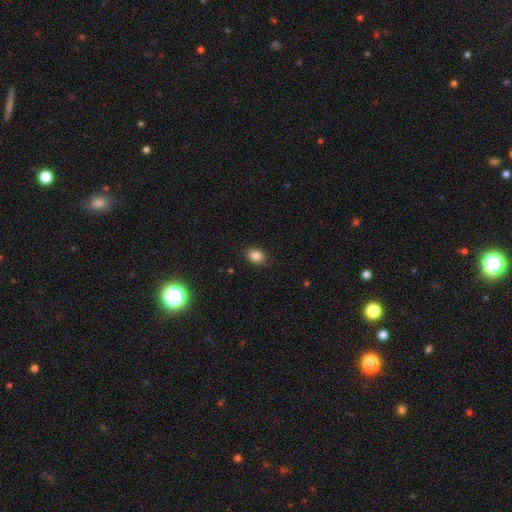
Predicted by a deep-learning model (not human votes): Smooth or featured? smooth (85%)
How rounded? in between (60%)
Merging? none (89%)